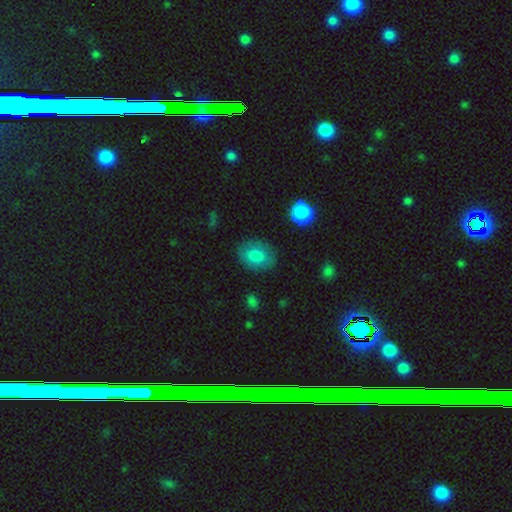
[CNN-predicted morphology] smooth_or_featured: smooth (p=0.76) [alt: featured or disk p=0.17]
how_rounded: in between (p=0.65) [alt: round p=0.34]
merging: none (p=0.79) [alt: minor disturbance p=0.14]